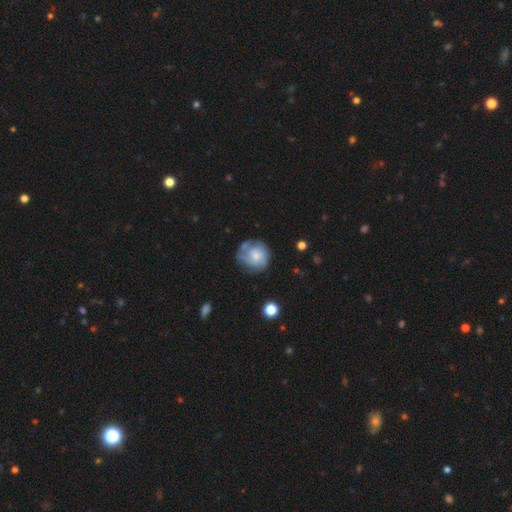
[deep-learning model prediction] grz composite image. It shows a featured or disk galaxy (52%) with no bar (79%), spiral arms (72%) and a small central bulge (45%). Merging: none (58%).